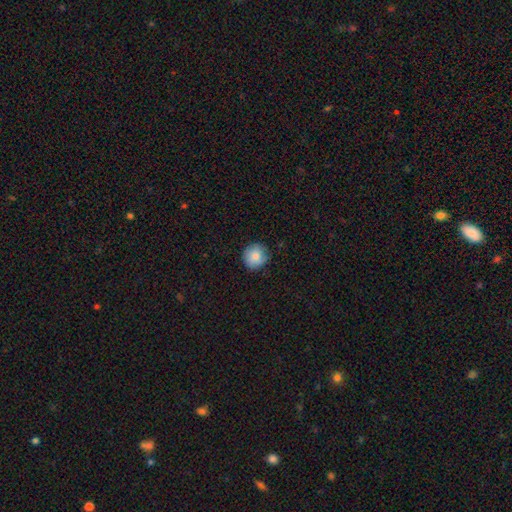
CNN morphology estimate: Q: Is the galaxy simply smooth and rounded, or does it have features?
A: smooth — 82%.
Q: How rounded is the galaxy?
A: round — 92%.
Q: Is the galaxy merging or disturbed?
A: none — 81%.